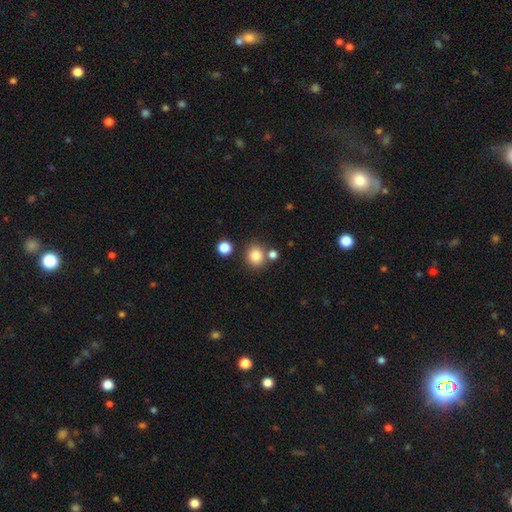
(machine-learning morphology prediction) smooth-or-featured: smooth: 84% | star or artifact: 11% | featured or disk: 6%
  how-rounded: round: 79% | in between: 20% | cigar-shaped: 1%
  merging: none: 73% | merger: 14% | minor disturbance: 10% | major disturbance: 3%